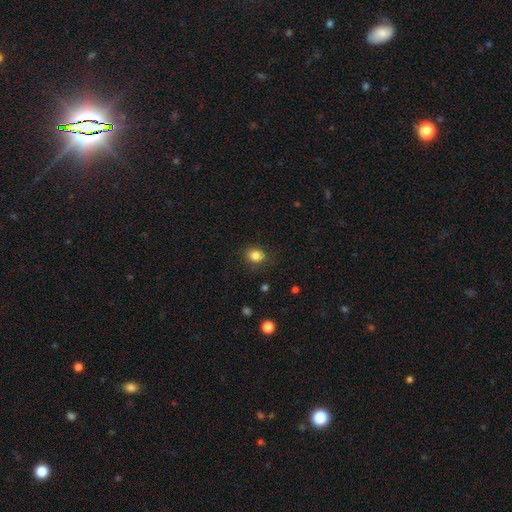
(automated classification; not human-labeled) The model was most divided on "how rounded": round: 61%, in between: 38%, cigar-shaped: 1%. More confident: smooth or featured — smooth (84%); merging — none (80%).